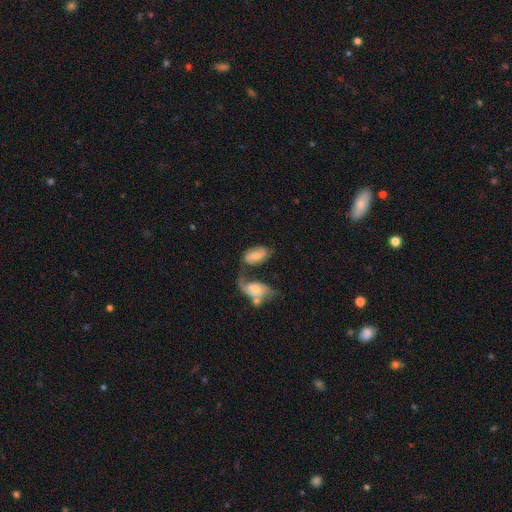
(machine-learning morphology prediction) smooth-or-featured: smooth: 54% | featured or disk: 38% | star or artifact: 8%
  how-rounded: in between: 92% | round: 5% | cigar-shaped: 3%
  merging: merger: 45% | none: 25% | minor disturbance: 15% | major disturbance: 15%